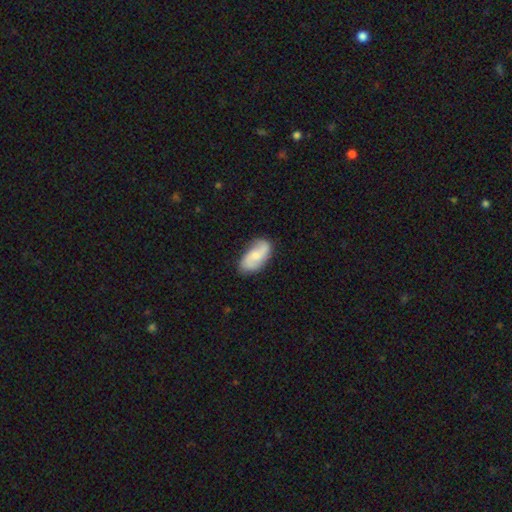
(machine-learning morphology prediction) type=featured or disk (56%); edge-on=no (96%); bar=no (58%); spiral arms=yes (91%); bulge=small (45%); merging=none (74%).